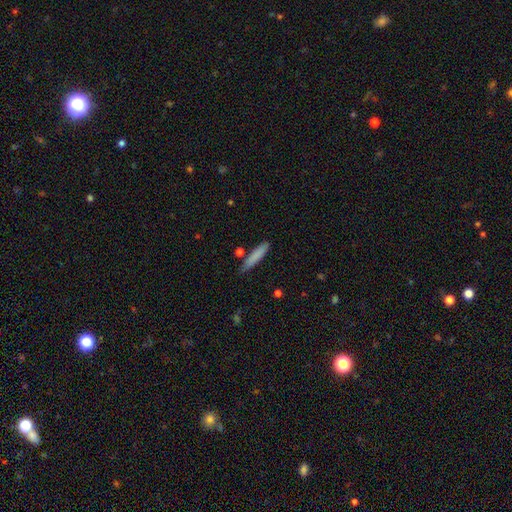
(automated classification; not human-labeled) This is clearly a smooth galaxy (81%). How rounded: clearly cigar-shaped (89%). Merging: likely none (78%).